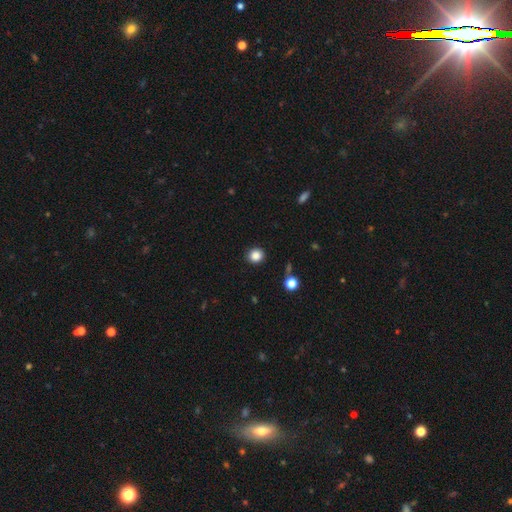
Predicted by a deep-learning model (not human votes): A smooth galaxy with no disk features (85%) that is round (86%). Merging: none (90%).